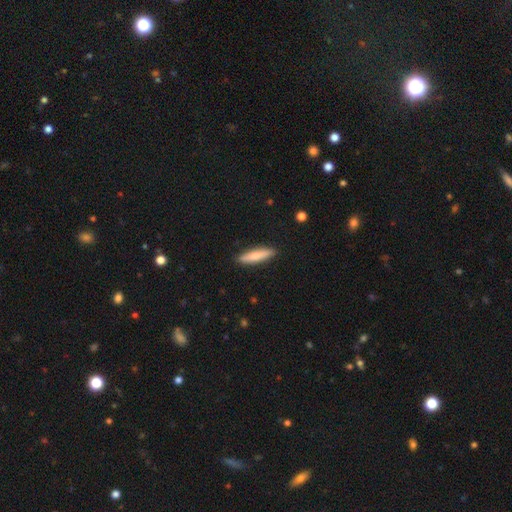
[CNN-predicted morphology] Q: Smooth or featured?
A: smooth (78%); runner-up: featured or disk (17%)
Q: How rounded?
A: cigar-shaped (83%); runner-up: in between (16%)
Q: Merging?
A: none (90%); runner-up: minor disturbance (7%)